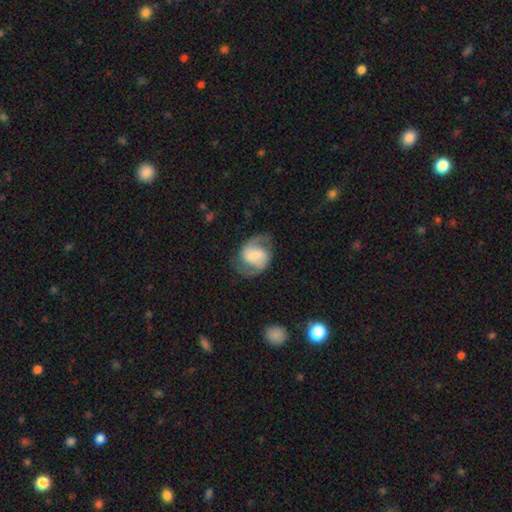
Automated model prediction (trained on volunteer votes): This appears to be a featured or disk galaxy (75%) with a weak bar (45%), 2 (90%) medium (51%) spiral arms (93%) and a small central bulge (35%). Merging: none (70%).